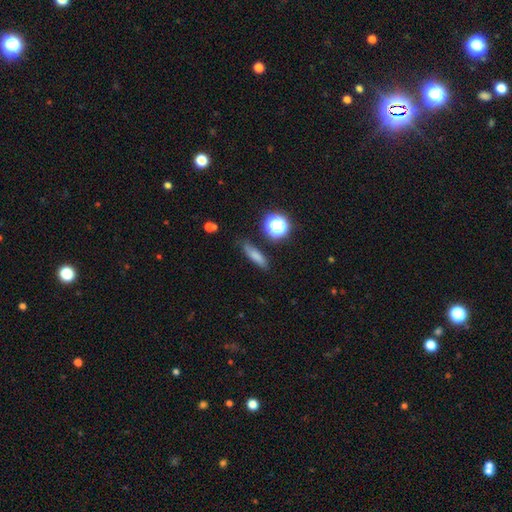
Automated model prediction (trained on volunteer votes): A smooth galaxy with no disk features (74%) that is cigar-shaped (56%).

Vote fractions:
- Smooth or featured? smooth: 74% / star or artifact: 14% / featured or disk: 12%
- How rounded? cigar-shaped: 56% / in between: 33% / round: 11%
- Merging? none: 75% / minor disturbance: 17% / major disturbance: 5% / merger: 3%